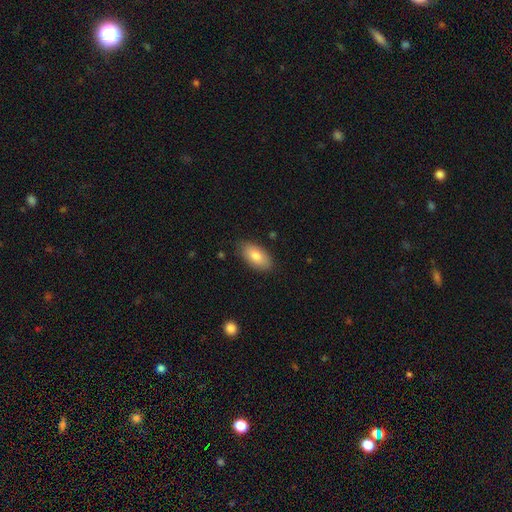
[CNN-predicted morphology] The model was most divided on "smooth or featured": smooth: 81%, featured or disk: 13%, star or artifact: 7%. More confident: how rounded — in between (93%); merging — none (85%).